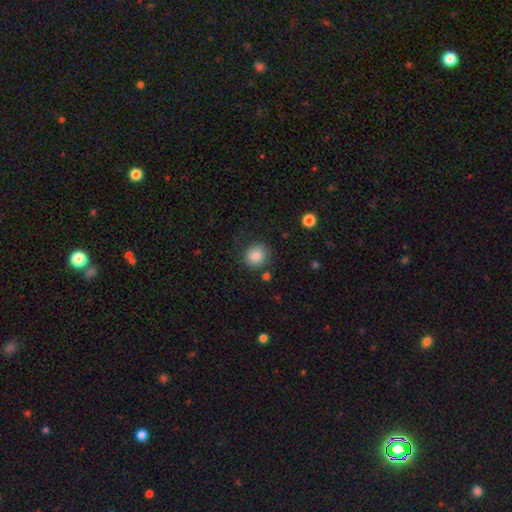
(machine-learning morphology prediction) A smooth galaxy with no disk features (84%) that is round (84%).

Vote fractions:
- Smooth or featured? smooth: 84% / star or artifact: 9% / featured or disk: 6%
- How rounded? round: 84% / in between: 16% / cigar-shaped: 1%
- Merging? none: 80% / minor disturbance: 13% / major disturbance: 4% / merger: 3%